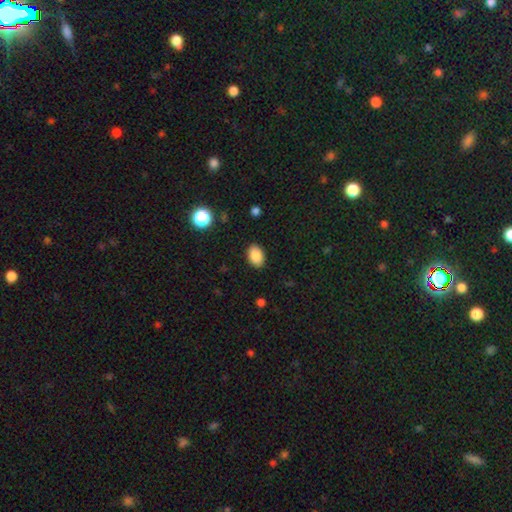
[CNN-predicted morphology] smooth-or-featured: smooth: 88% | star or artifact: 8% | featured or disk: 3%
  how-rounded: in between: 85% | round: 14% | cigar-shaped: 1%
  merging: none: 88% | minor disturbance: 9% | major disturbance: 2% | merger: 1%